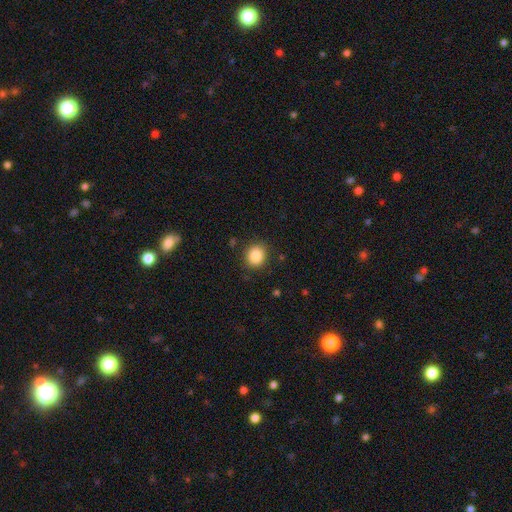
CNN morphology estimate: Smooth or featured?
  - smooth: 86% *
  - star or artifact: 9%
  - featured or disk: 5%
How rounded?
  - round: 80% *
  - in between: 19%
  - cigar-shaped: 1%
Merging?
  - none: 88% *
  - minor disturbance: 9%
  - major disturbance: 3%
  - merger: 1%